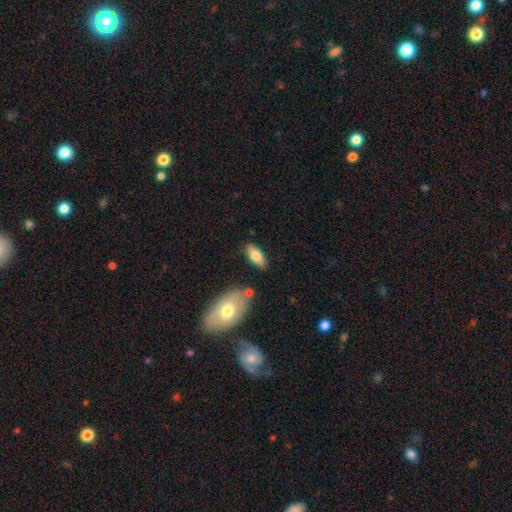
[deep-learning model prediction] This appears to be a smooth galaxy with no disk features (74%) that is in between round and cigar-shaped (84%). Merging: none (79%).